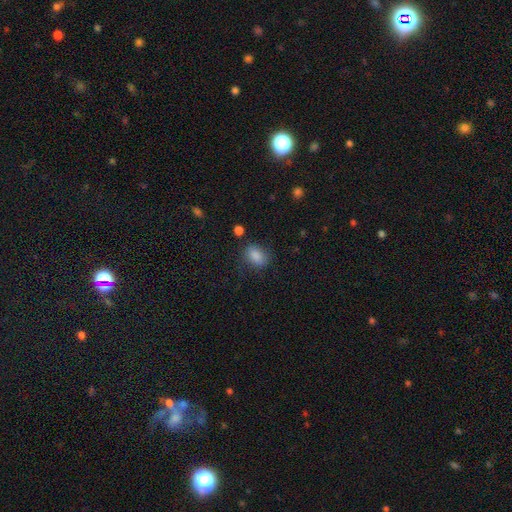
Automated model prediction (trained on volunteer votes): The model was most divided on "how rounded": in between: 75%, round: 23%, cigar-shaped: 2%. More confident: smooth or featured — smooth (86%); merging — none (75%).